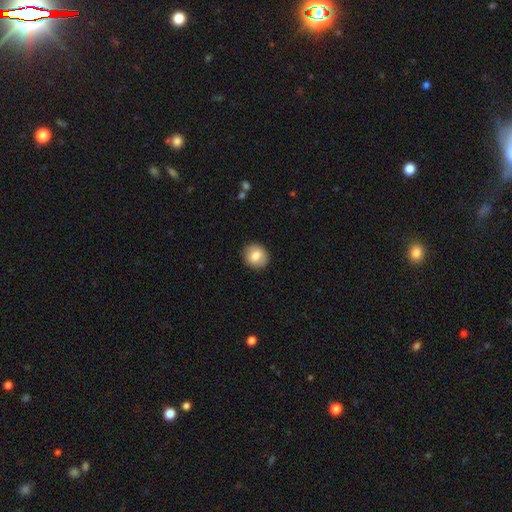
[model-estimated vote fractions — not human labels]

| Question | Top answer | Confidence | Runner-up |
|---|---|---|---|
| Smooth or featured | smooth | 80% | featured or disk (12%) |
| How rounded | round | 81% | in between (18%) |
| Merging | none | 90% | minor disturbance (7%) |